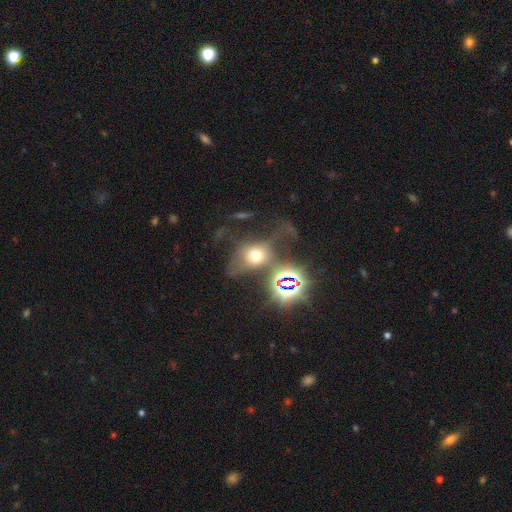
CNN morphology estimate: smooth_or_featured: smooth (p=0.43) [alt: star or artifact p=0.30]
merging: major disturbance (p=0.42) [alt: none p=0.27]